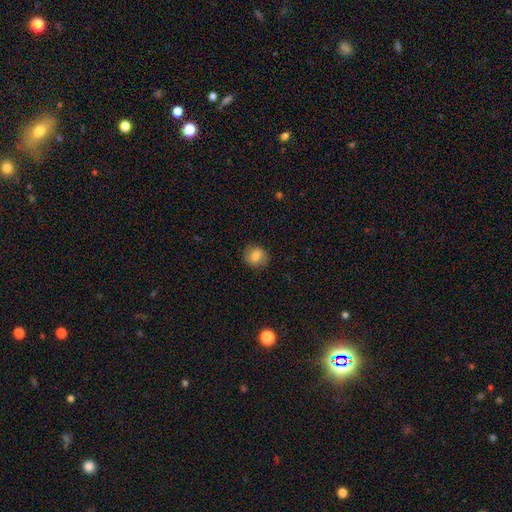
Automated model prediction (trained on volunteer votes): smooth_or_featured: smooth (p=0.75) [alt: featured or disk p=0.15]
how_rounded: round (p=0.71) [alt: in between p=0.28]
merging: none (p=0.84) [alt: minor disturbance p=0.12]